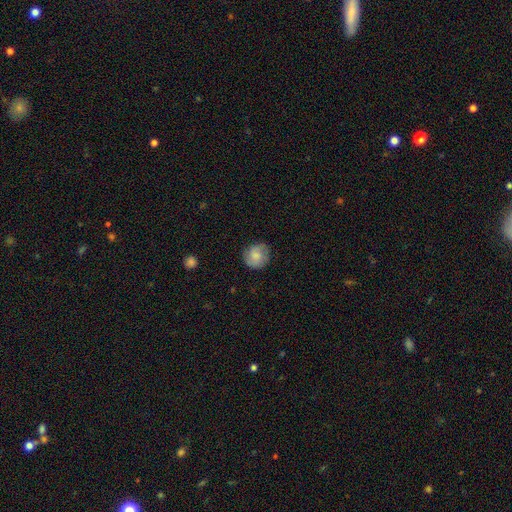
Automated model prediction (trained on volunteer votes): Smooth or featured?
  - smooth: 74% *
  - featured or disk: 18%
  - star or artifact: 7%
How rounded?
  - round: 86% *
  - in between: 13%
  - cigar-shaped: 1%
Merging?
  - none: 78% *
  - minor disturbance: 17%
  - major disturbance: 4%
  - merger: 1%